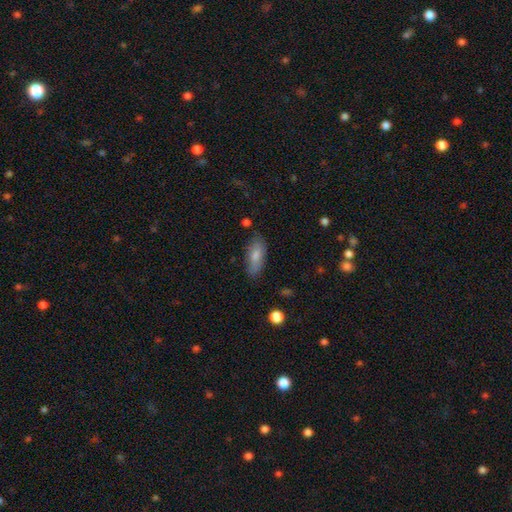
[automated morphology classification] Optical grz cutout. It shows a smooth galaxy with no disk features (76%) that is in between round and cigar-shaped (79%). Merging: none (78%).